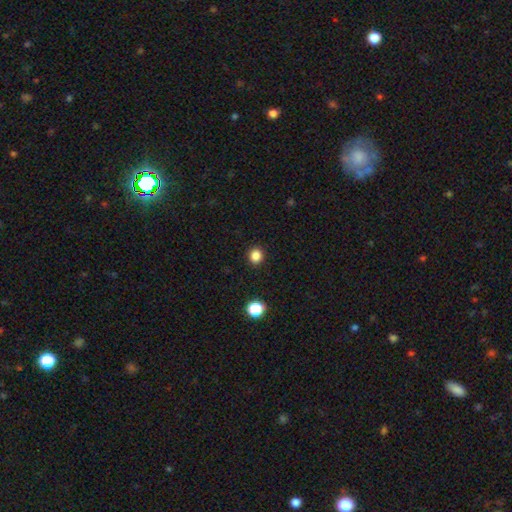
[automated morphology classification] A smooth galaxy with no disk features (84%) that is round (83%).

Vote fractions:
- Smooth or featured? smooth: 84% / star or artifact: 13% / featured or disk: 3%
- How rounded? round: 83% / in between: 16% / cigar-shaped: 1%
- Merging? none: 92% / minor disturbance: 5% / major disturbance: 2% / merger: 1%